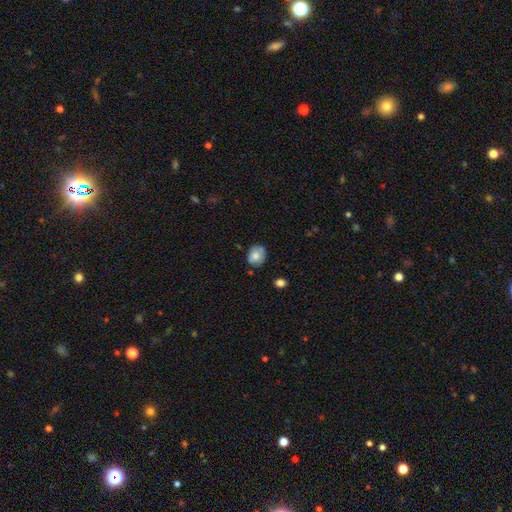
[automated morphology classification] Overall: smooth (75%). How rounded: in between (54%; round 45%). Merging: none (66%).